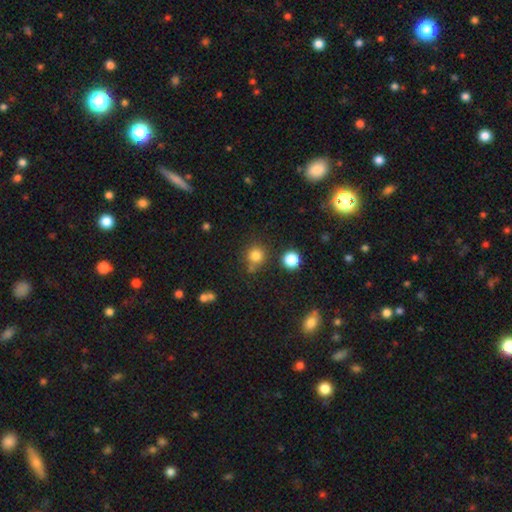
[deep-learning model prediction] smooth 80%, star or artifact 14%, featured or disk 6%. Down the decision tree: how rounded — round (90%); merging — none (72%).